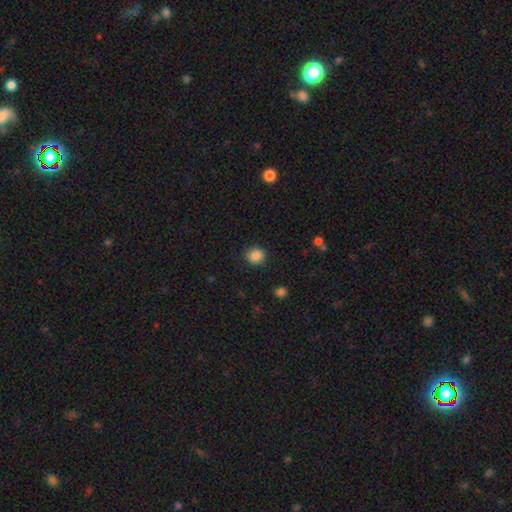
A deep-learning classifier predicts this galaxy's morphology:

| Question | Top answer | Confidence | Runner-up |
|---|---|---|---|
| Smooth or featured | smooth | 86% | star or artifact (10%) |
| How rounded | round | 81% | in between (18%) |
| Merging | none | 88% | minor disturbance (8%) |